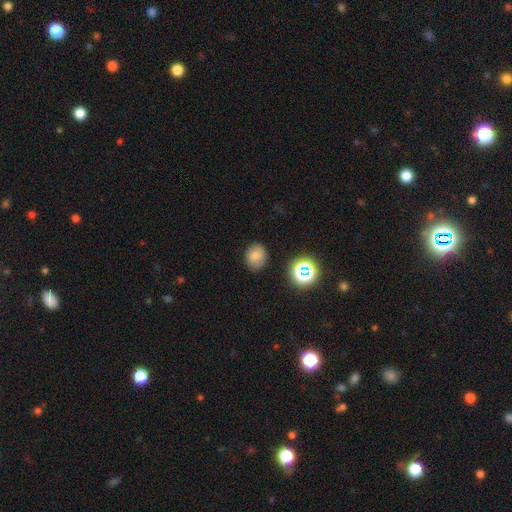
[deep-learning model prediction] The model was most divided on "how rounded": round: 59%, in between: 41%, cigar-shaped: 1%. More confident: merging — none (82%); smooth or featured — smooth (77%).